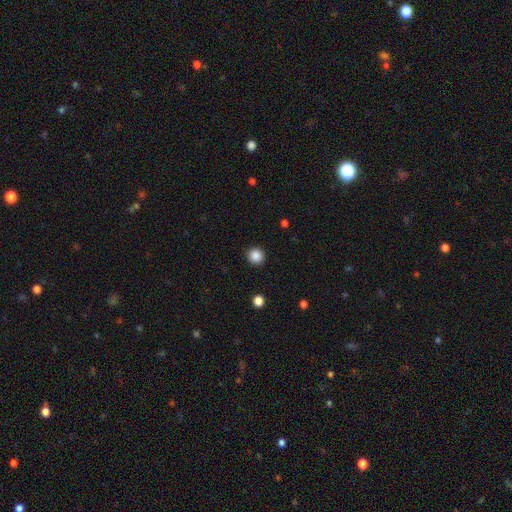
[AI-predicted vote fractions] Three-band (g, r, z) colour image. It shows a smooth galaxy with no disk features (87%) that is round (94%). Merging: none (92%).